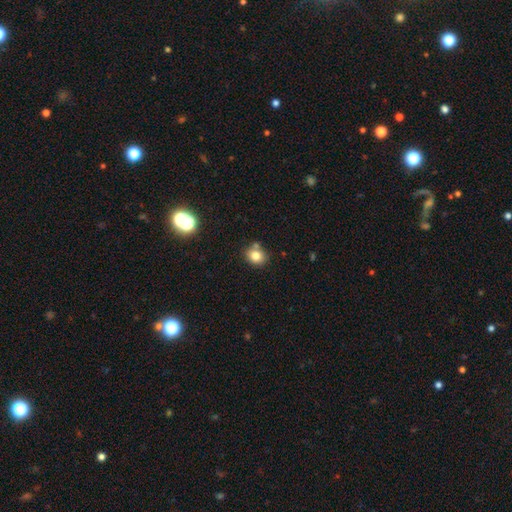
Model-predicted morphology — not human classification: Q: Smooth or featured?
A: smooth (79%); runner-up: star or artifact (12%)
Q: How rounded?
A: round (70%); runner-up: in between (29%)
Q: Merging?
A: none (70%); runner-up: minor disturbance (13%)